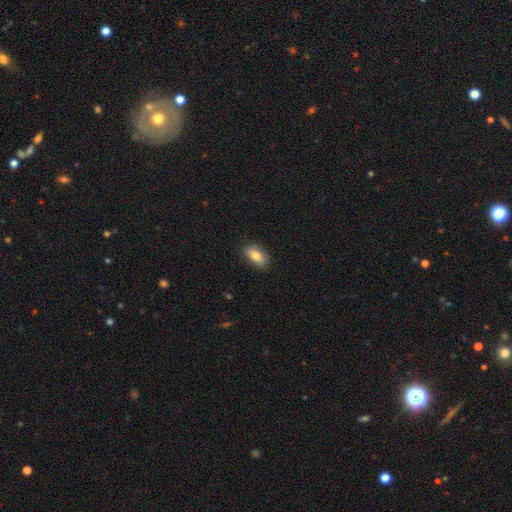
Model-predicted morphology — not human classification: smooth 77%, featured or disk 15%, star or artifact 7%. Down the decision tree: how rounded — in between (86%); merging — none (84%).